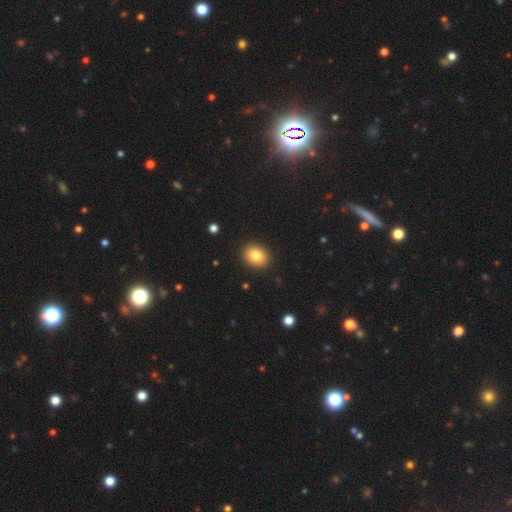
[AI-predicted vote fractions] Smooth or featured? smooth (82%)
How rounded? round (55%)
Merging? none (91%)